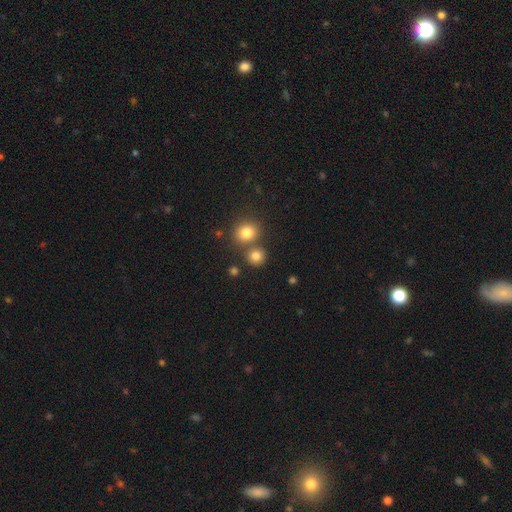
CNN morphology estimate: A smooth galaxy with no disk features (81%) that is round (87%).

Vote fractions:
- Smooth or featured? smooth: 81% / star or artifact: 13% / featured or disk: 6%
- How rounded? round: 87% / in between: 12% / cigar-shaped: 1%
- Merging? none: 69% / merger: 21% / minor disturbance: 7% / major disturbance: 3%